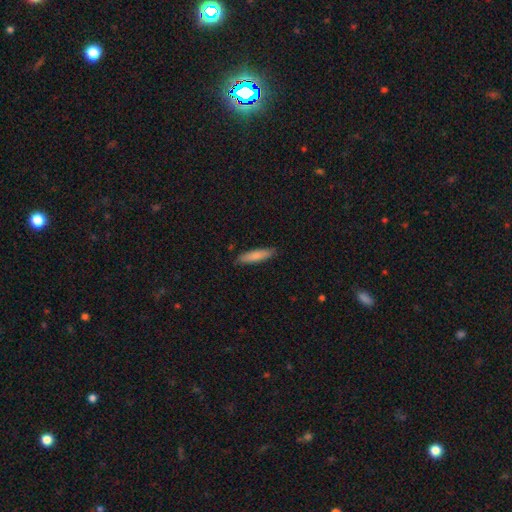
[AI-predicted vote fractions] This is clearly a smooth galaxy (80%). How rounded: likely cigar-shaped (74%). Merging: clearly none (87%).